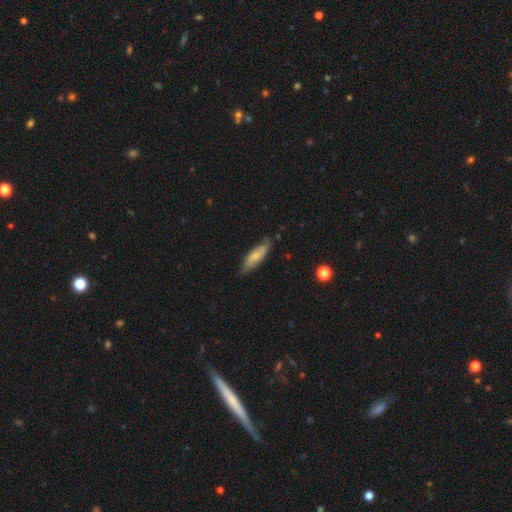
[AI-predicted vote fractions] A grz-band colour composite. It shows a smooth galaxy with no disk features (61%) that is in between round and cigar-shaped (55%). Merging: none (69%).